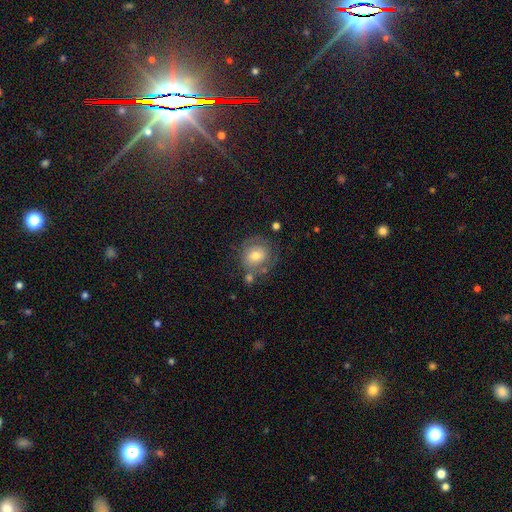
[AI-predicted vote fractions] Smooth or featured? smooth (59%)
How rounded? round (78%)
Merging? none (59%)